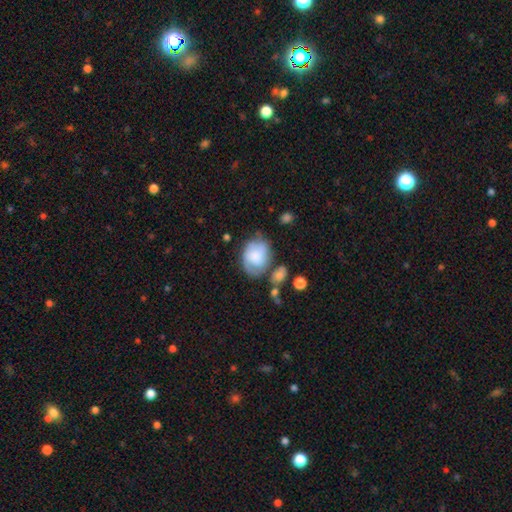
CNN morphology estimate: type=smooth (53%); roundness=in between (58%); merging=none (48%).